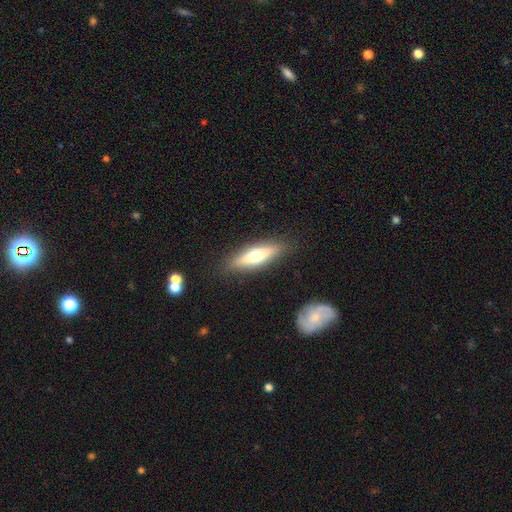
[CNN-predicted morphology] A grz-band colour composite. It shows a smooth galaxy with no disk features (47%). Merging: none (88%).